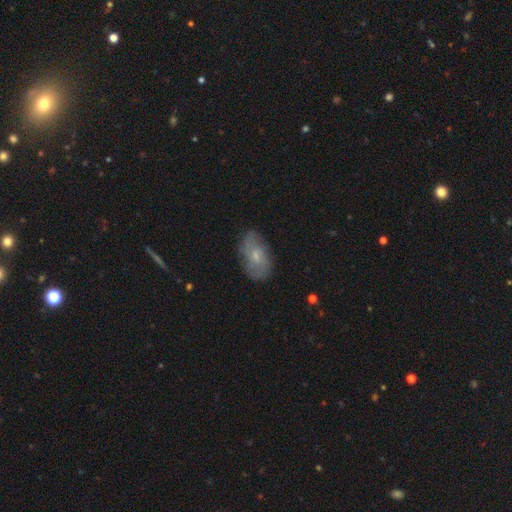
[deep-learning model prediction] A featured or disk galaxy (52%). Merging: none (72%).